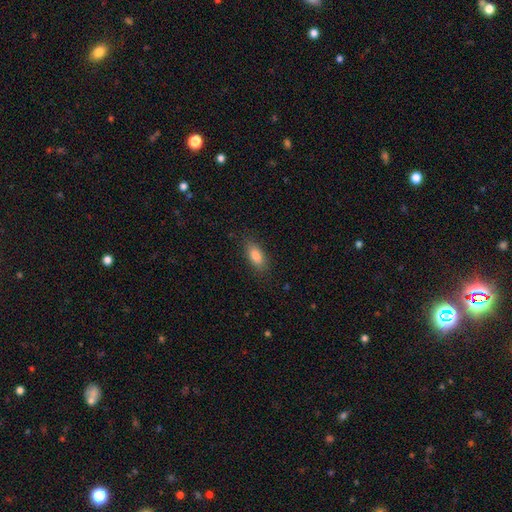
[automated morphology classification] Smooth or featured? smooth (84%)
How rounded? in between (86%)
Merging? none (84%)